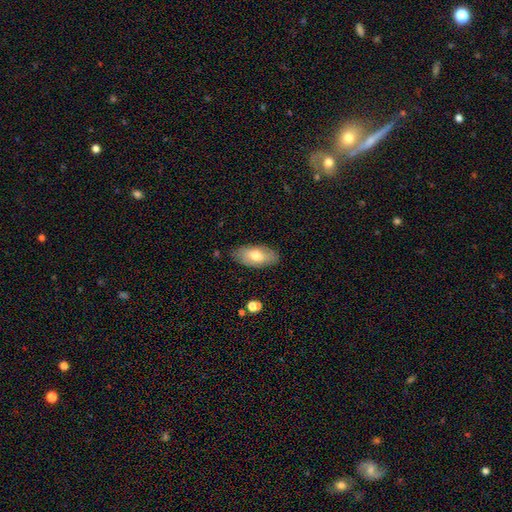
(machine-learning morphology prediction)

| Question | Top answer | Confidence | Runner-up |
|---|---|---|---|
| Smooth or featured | smooth | 69% | featured or disk (25%) |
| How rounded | in between | 90% | cigar-shaped (8%) |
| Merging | none | 82% | minor disturbance (14%) |